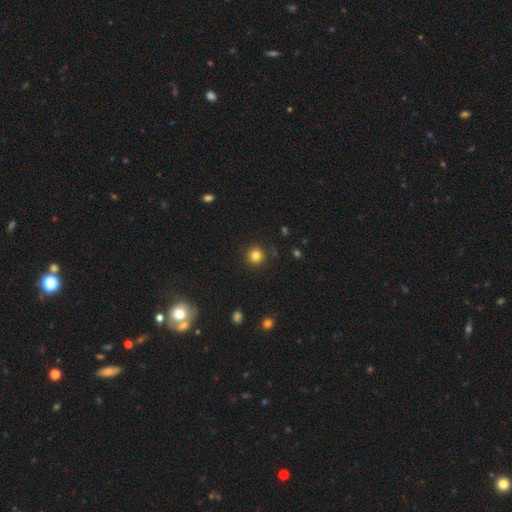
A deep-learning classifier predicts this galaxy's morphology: smooth 82%, star or artifact 12%, featured or disk 6%. Down the decision tree: how rounded — round (94%); merging — none (89%).